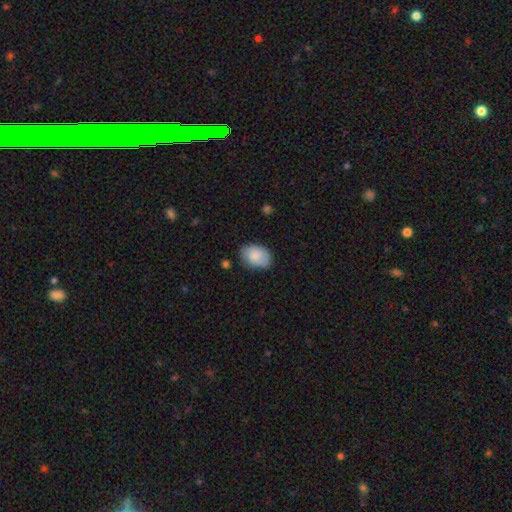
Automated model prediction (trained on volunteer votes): Smooth or featured? smooth (81%)
How rounded? in between (82%)
Merging? none (70%)